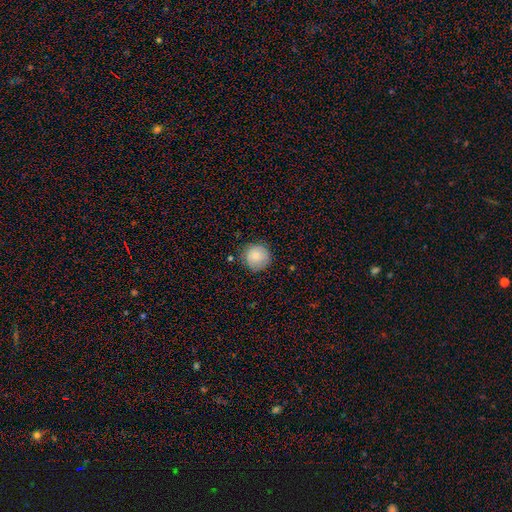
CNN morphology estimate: Q: Smooth or featured?
A: smooth (83%); runner-up: featured or disk (9%)
Q: How rounded?
A: round (94%); runner-up: in between (5%)
Q: Merging?
A: none (82%); runner-up: minor disturbance (13%)